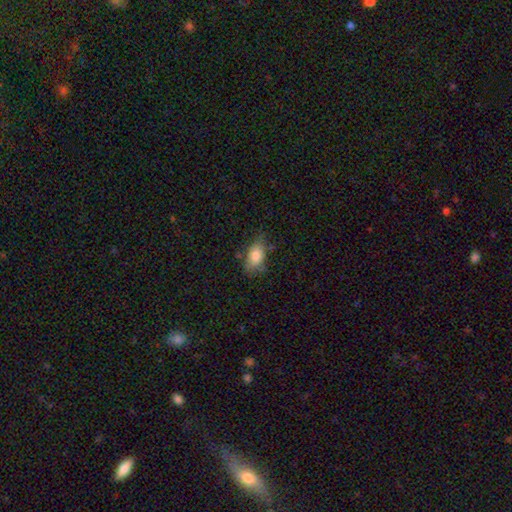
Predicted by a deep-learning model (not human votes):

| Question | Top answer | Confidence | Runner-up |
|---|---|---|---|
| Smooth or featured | smooth | 81% | featured or disk (11%) |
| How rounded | in between | 89% | round (7%) |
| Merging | none | 62% | minor disturbance (27%) |